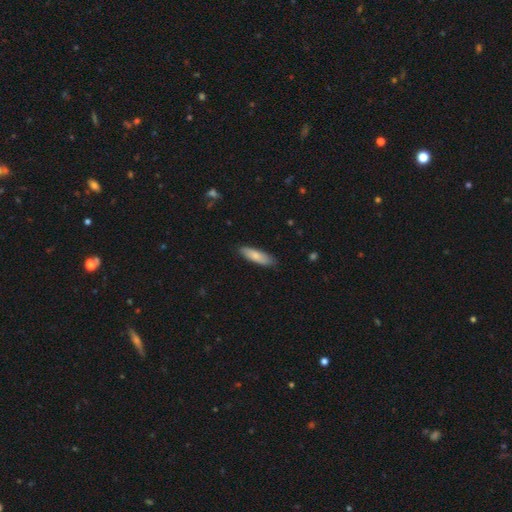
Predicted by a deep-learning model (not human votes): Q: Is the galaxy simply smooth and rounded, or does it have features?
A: smooth — 79%.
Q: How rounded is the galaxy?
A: cigar-shaped — 53%.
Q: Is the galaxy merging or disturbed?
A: none — 84%.